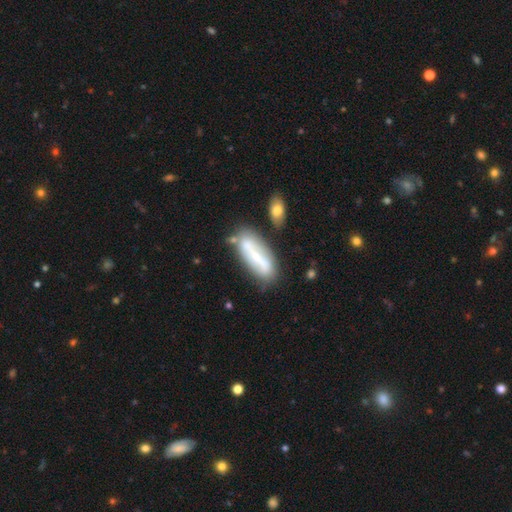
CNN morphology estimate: type=featured or disk (52%); edge-on=no (77%); merging=none (64%).